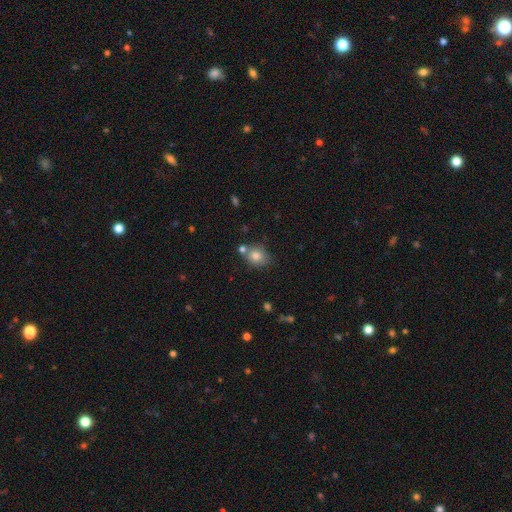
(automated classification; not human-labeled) Morphology: type=smooth (80%); roundness=round (60%); merging=none (66%).